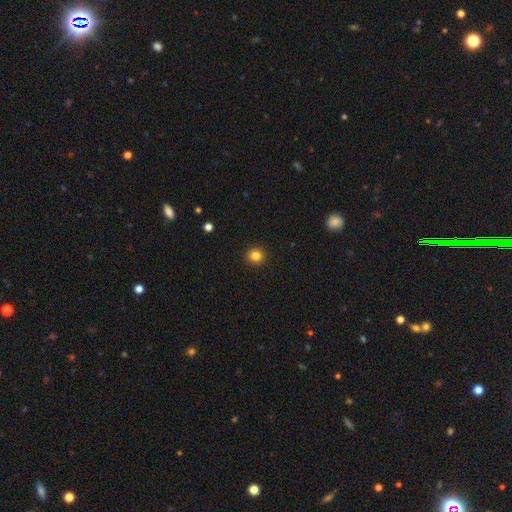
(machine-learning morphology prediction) smooth_or_featured: smooth (p=0.83) [alt: star or artifact p=0.12]
how_rounded: round (p=0.93) [alt: in between p=0.06]
merging: none (p=0.93) [alt: minor disturbance p=0.05]